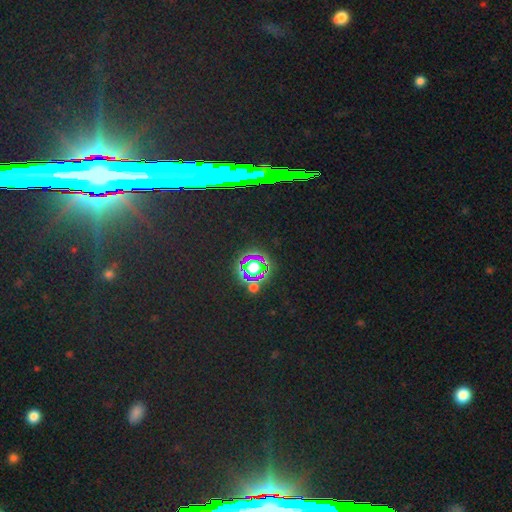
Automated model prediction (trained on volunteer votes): This is clearly a star or artifact rather than a galaxy (82%).